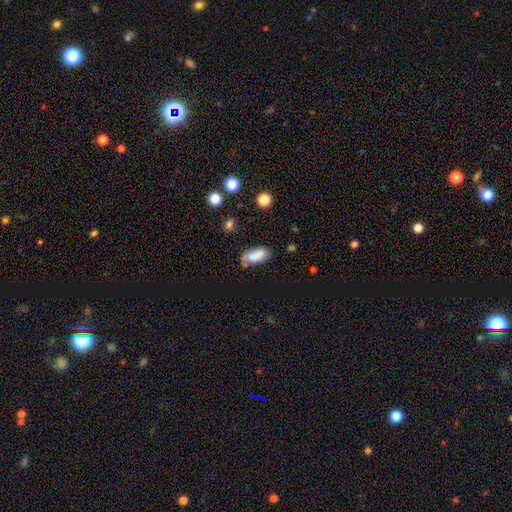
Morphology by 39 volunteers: A smooth galaxy with no disk features (87%) that is in between round and cigar-shaped (85%). Merging: none (73%).